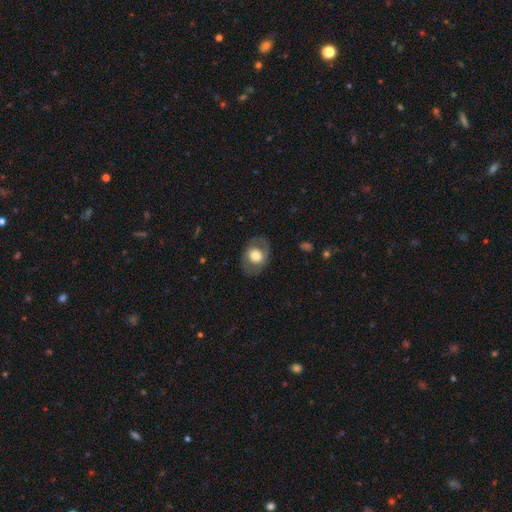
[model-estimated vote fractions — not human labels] smooth-or-featured: smooth: 58% | featured or disk: 35% | star or artifact: 7%
  how-rounded: in between: 62% | round: 37% | cigar-shaped: 1%
  merging: none: 78% | minor disturbance: 14% | major disturbance: 8% | merger: 1%